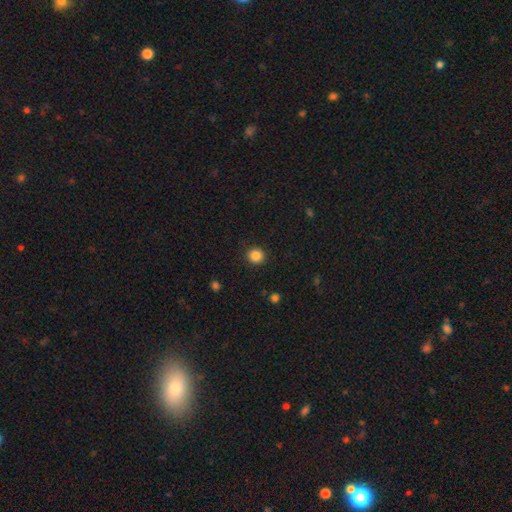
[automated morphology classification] A smooth galaxy with no disk features (86%) that is round (93%).

Vote fractions:
- Smooth or featured? smooth: 86% / star or artifact: 11% / featured or disk: 3%
- How rounded? round: 93% / in between: 6% / cigar-shaped: 1%
- Merging? none: 92% / minor disturbance: 5% / major disturbance: 2% / merger: 1%